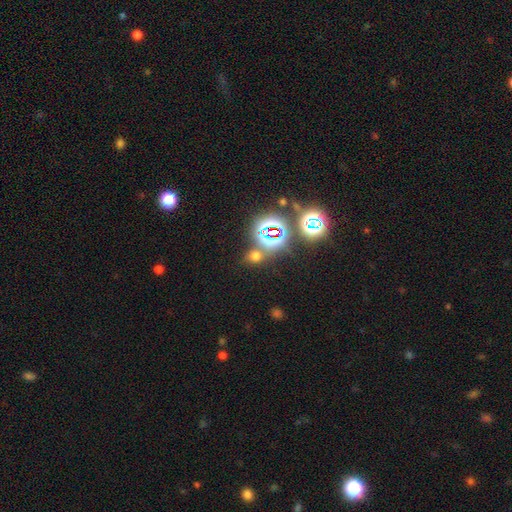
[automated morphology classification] Smooth or featured? Predicted: smooth (p=0.48). Merging? Predicted: none (p=0.70).